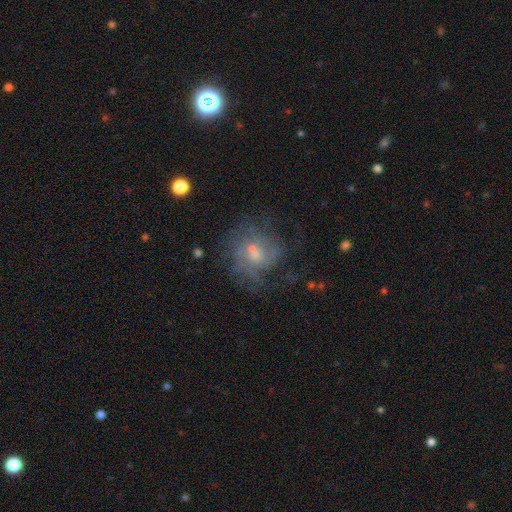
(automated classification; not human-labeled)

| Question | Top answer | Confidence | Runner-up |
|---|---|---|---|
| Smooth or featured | featured or disk | 60% | smooth (27%) |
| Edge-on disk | no | 97% | yes (3%) |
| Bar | no | 58% | weak (37%) |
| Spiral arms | yes | 65% | no (35%) |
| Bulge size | small | 50% | moderate (36%) |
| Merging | none | 53% | major disturbance (22%) |